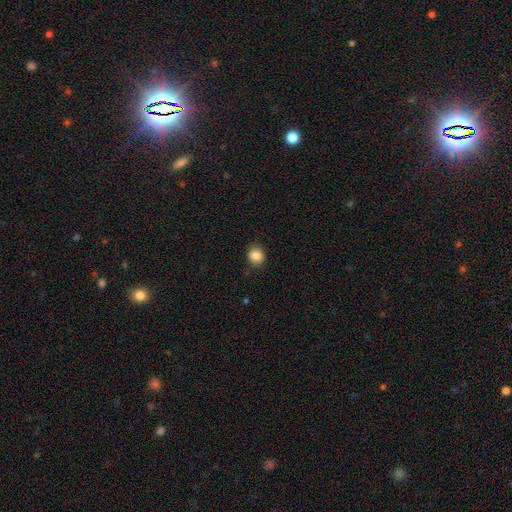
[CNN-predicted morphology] Overall: smooth (86%). How rounded: round (75%). Merging: none (85%).